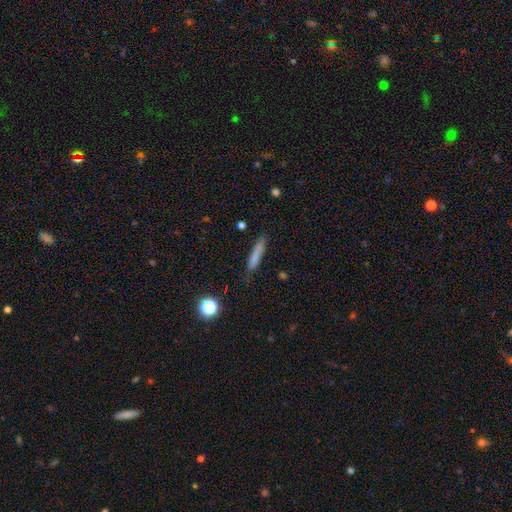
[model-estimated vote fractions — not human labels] Smooth or featured: smooth — 74% (featured or disk — 16%)
How rounded: cigar-shaped — 89% (in between — 9%)
Merging: none — 77% (minor disturbance — 17%)